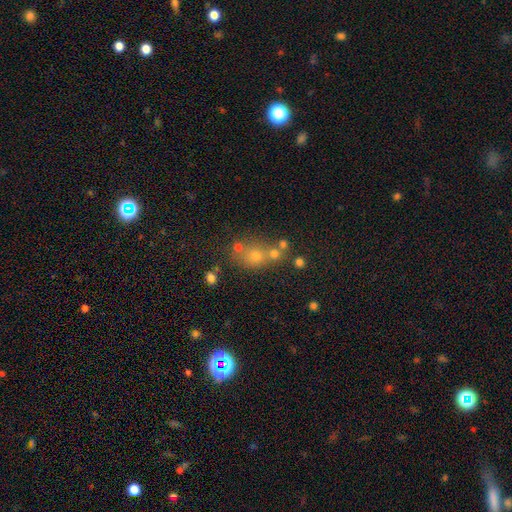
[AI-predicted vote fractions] A smooth galaxy with no disk features (54%) that is round (73%).

Vote fractions:
- Smooth or featured? smooth: 54% / star or artifact: 29% / featured or disk: 17%
- How rounded? round: 73% / in between: 25% / cigar-shaped: 2%
- Merging? none: 56% / merger: 28% / minor disturbance: 11% / major disturbance: 5%